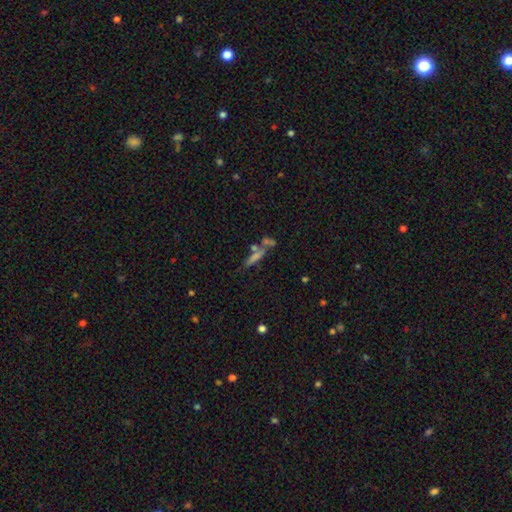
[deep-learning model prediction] A smooth galaxy with no disk features (46%). Merging: none (52%).